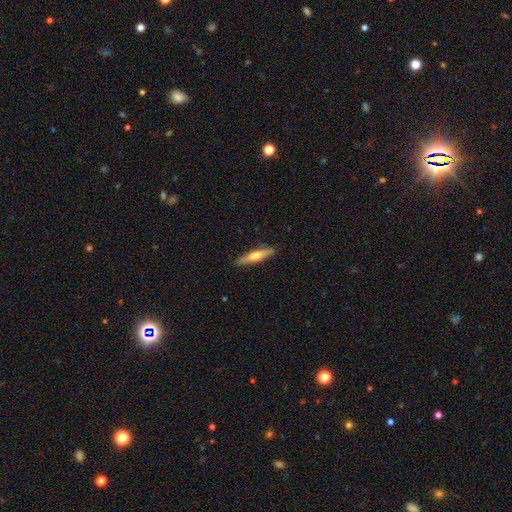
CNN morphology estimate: smooth_or_featured: smooth (p=0.50) [alt: featured or disk p=0.45]
merging: none (p=0.89) [alt: minor disturbance p=0.08]